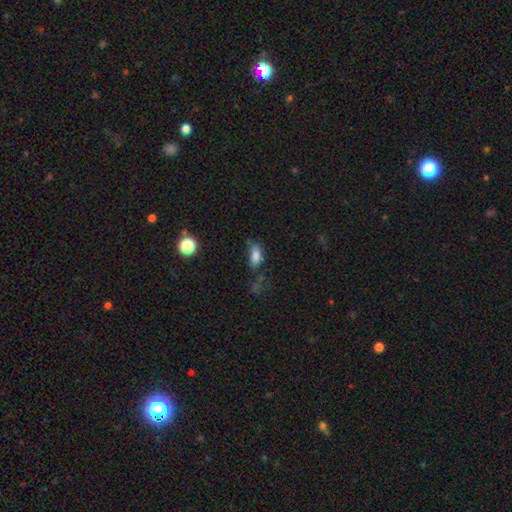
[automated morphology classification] A smooth galaxy with no disk features (78%) that is in between round and cigar-shaped (85%).

Vote fractions:
- Smooth or featured? smooth: 78% / star or artifact: 12% / featured or disk: 10%
- How rounded? in between: 85% / cigar-shaped: 8% / round: 6%
- Merging? none: 41% / minor disturbance: 30% / major disturbance: 21% / merger: 8%